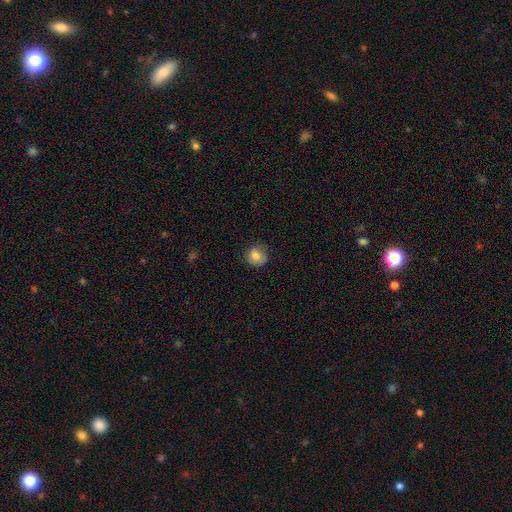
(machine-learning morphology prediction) Smooth or featured?
  - smooth: 83% *
  - star or artifact: 9%
  - featured or disk: 8%
How rounded?
  - round: 82% *
  - in between: 17%
  - cigar-shaped: 1%
Merging?
  - none: 77% *
  - minor disturbance: 18%
  - major disturbance: 4%
  - merger: 1%